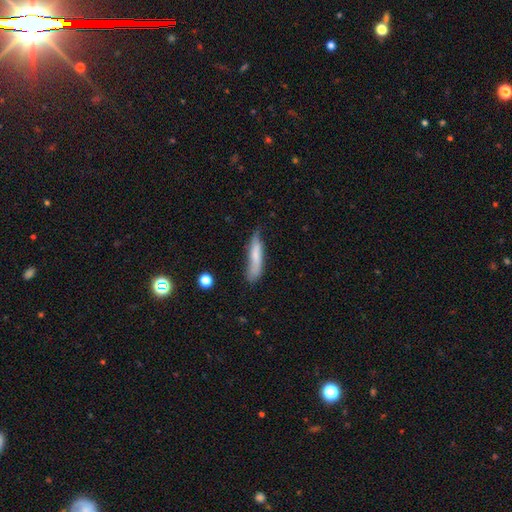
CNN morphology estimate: Smooth or featured?
  - smooth: 71% *
  - featured or disk: 22%
  - star or artifact: 7%
How rounded?
  - cigar-shaped: 81% *
  - in between: 17%
  - round: 2%
Merging?
  - none: 52% *
  - minor disturbance: 34%
  - major disturbance: 10%
  - merger: 3%